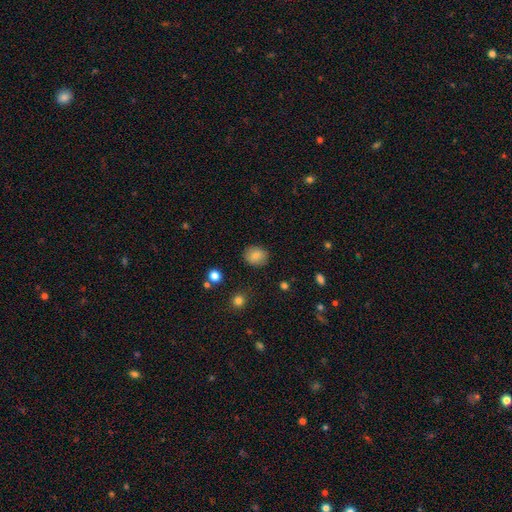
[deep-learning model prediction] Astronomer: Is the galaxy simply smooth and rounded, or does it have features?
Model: smooth — 82%.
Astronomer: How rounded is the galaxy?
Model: round — 72%.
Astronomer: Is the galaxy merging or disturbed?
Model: none — 88%.